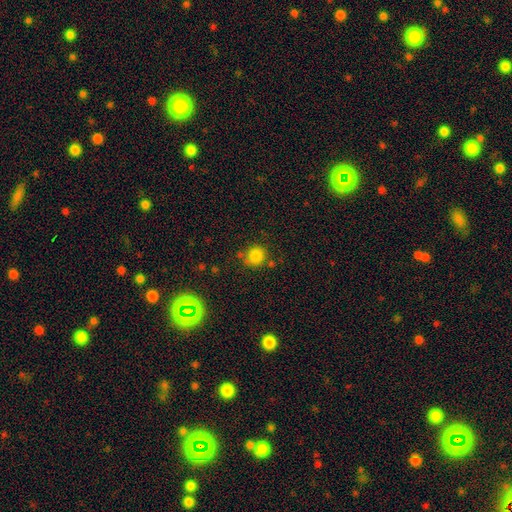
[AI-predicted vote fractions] Smooth or featured?
  - smooth: 82% *
  - star or artifact: 12%
  - featured or disk: 6%
How rounded?
  - round: 87% *
  - in between: 12%
  - cigar-shaped: 1%
Merging?
  - none: 72% *
  - minor disturbance: 14%
  - merger: 9%
  - major disturbance: 5%